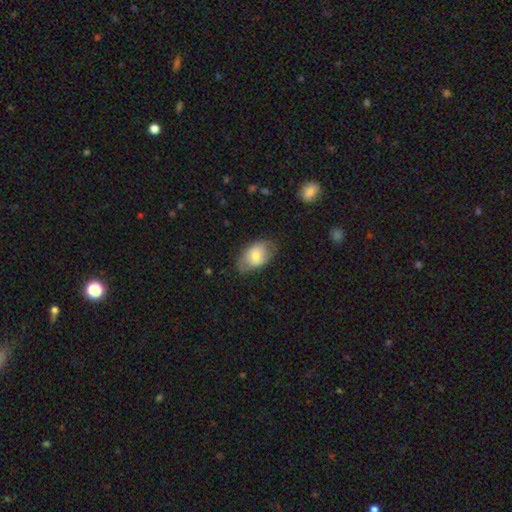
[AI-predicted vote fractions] Smooth or featured: smooth — 64% (featured or disk — 29%)
How rounded: in between — 88% (round — 11%)
Merging: none — 68% (minor disturbance — 24%)